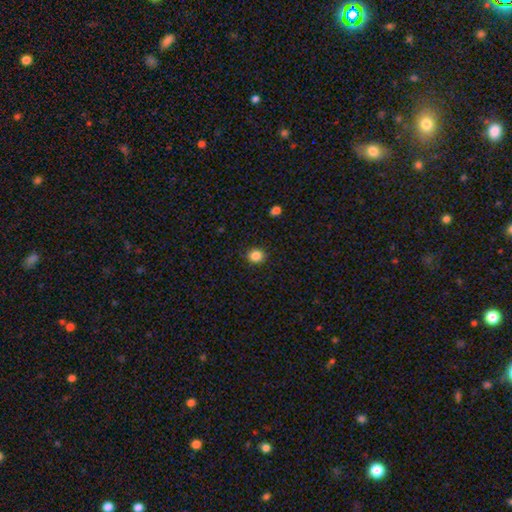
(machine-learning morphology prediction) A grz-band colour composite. It shows a smooth galaxy with no disk features (85%) that is round (73%). Merging: none (89%).